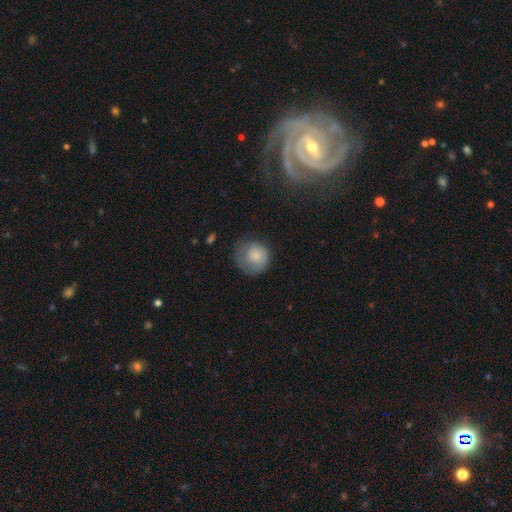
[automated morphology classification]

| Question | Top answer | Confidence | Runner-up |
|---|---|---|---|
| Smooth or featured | smooth | 79% | featured or disk (14%) |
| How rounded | round | 88% | in between (11%) |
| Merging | none | 58% | minor disturbance (26%) |